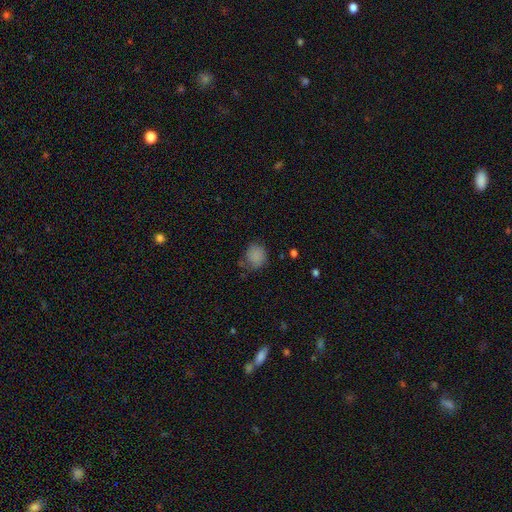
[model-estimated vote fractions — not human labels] A smooth galaxy with no disk features (85%) that is round (73%). Merging: none (69%).